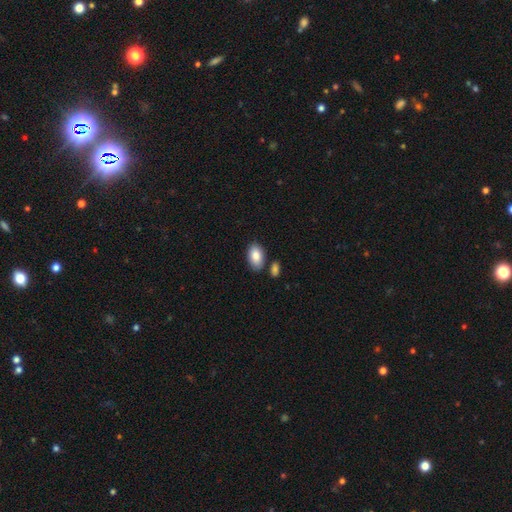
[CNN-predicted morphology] Smooth or featured?
  - smooth: 86% *
  - featured or disk: 8%
  - star or artifact: 6%
How rounded?
  - in between: 92% *
  - round: 6%
  - cigar-shaped: 1%
Merging?
  - none: 77% *
  - minor disturbance: 12%
  - merger: 9%
  - major disturbance: 3%